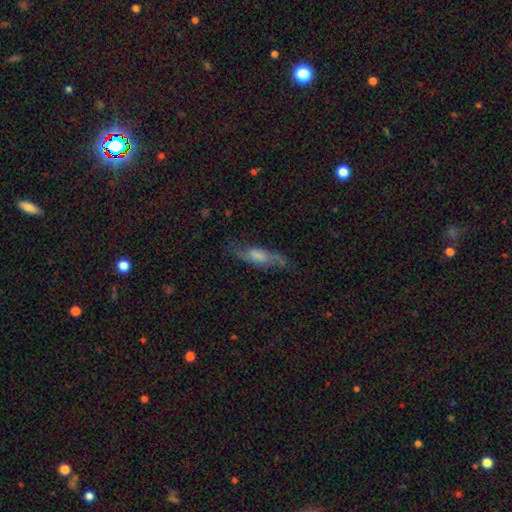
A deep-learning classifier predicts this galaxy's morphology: A featured or disk galaxy (58%) viewed edge-on (51%). Merging: none (73%).